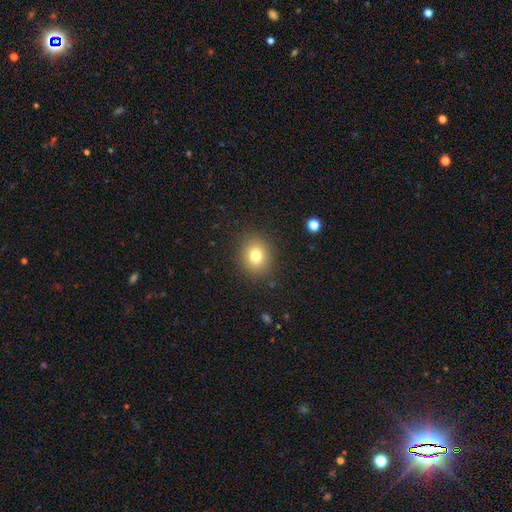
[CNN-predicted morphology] smooth_or_featured: smooth (p=0.78) [alt: star or artifact p=0.12]
how_rounded: round (p=0.68) [alt: in between p=0.31]
merging: none (p=0.87) [alt: minor disturbance p=0.08]